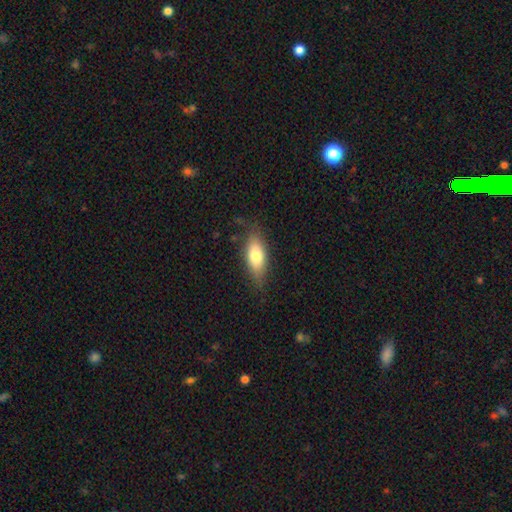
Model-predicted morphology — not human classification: Overall: smooth (74%). How rounded: in between (77%). Merging: none (77%).